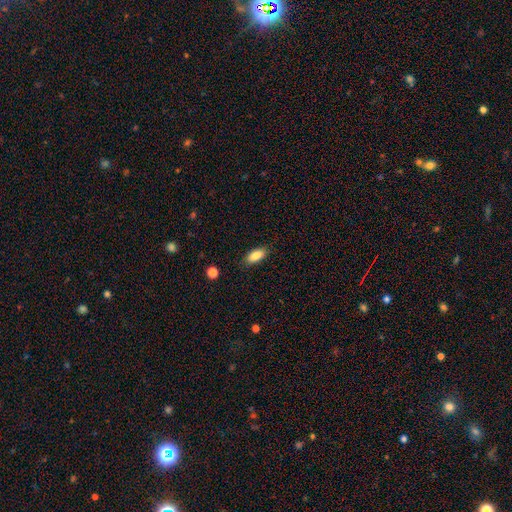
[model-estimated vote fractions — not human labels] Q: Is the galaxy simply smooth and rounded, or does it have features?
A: smooth — 87%.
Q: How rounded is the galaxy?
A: in between — 85%.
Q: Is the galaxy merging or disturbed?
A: none — 86%.